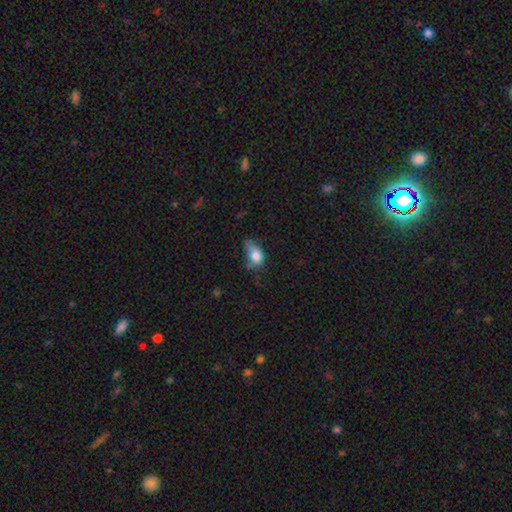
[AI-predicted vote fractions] This is likely a smooth galaxy (75%). How rounded: clearly in between (81%). Merging: marginally minor disturbance (38%).